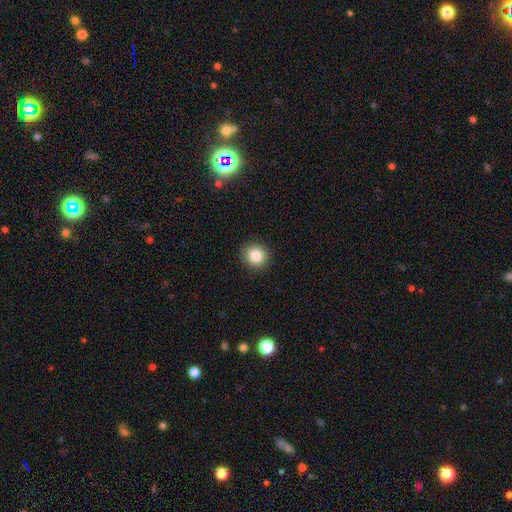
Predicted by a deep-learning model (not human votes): This is clearly a smooth galaxy (86%). How rounded: clearly round (87%). Merging: clearly none (91%).